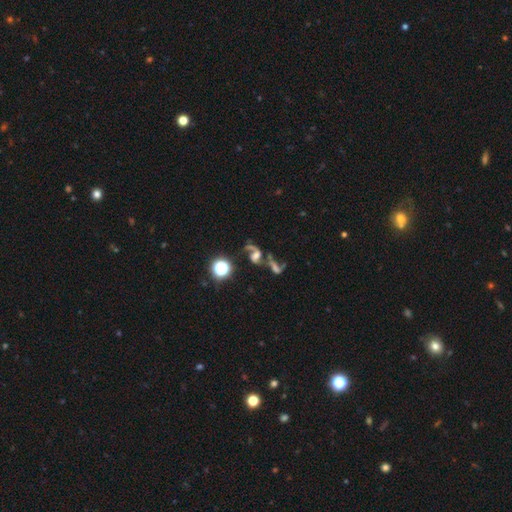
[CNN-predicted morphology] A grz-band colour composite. It shows a featured or disk galaxy (64%) with no bar (49%), 2 (80%) loose (75%) spiral arms (87%) and a moderate central bulge (34%). Merging: merger (43%).